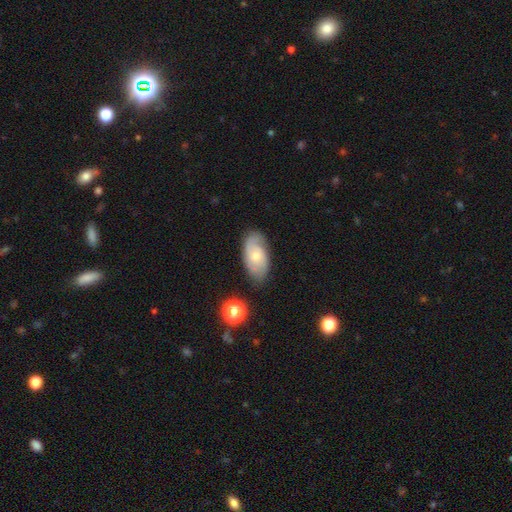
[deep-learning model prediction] Overall: featured or disk (61%; smooth 32%). Edge-on disk: no (94%). Bar: no (71%). Spiral arms: yes (87%). Bulge size: moderate (47%, tied with small). Merging: none (71%).